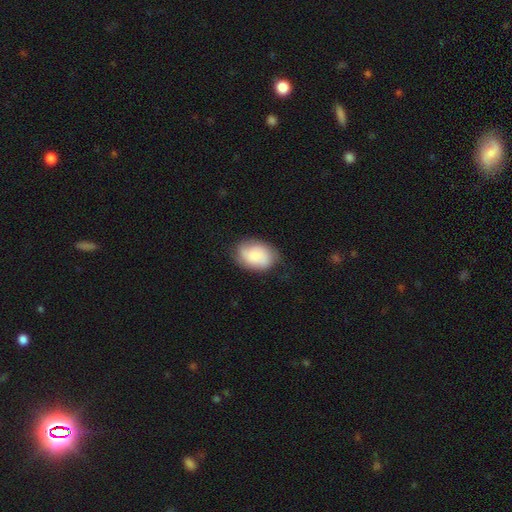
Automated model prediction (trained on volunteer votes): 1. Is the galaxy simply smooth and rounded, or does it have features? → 72% smooth, 21% featured or disk, 7% star or artifact.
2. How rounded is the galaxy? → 78% in between, 21% round, 1% cigar-shaped.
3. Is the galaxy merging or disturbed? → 70% none, 22% minor disturbance, 7% major disturbance, 1% merger.